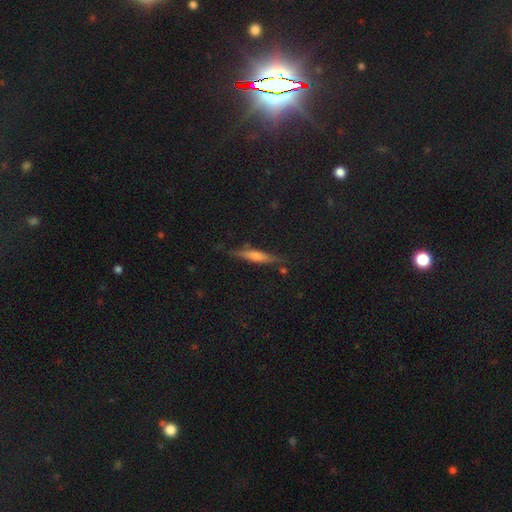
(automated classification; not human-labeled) Morphology: type=featured or disk (46%); merging=none (80%).